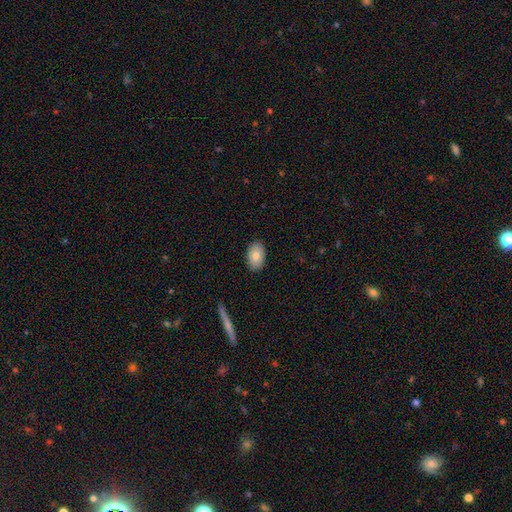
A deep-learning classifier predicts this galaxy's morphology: Smooth or featured? smooth (83%)
How rounded? in between (91%)
Merging? none (89%)